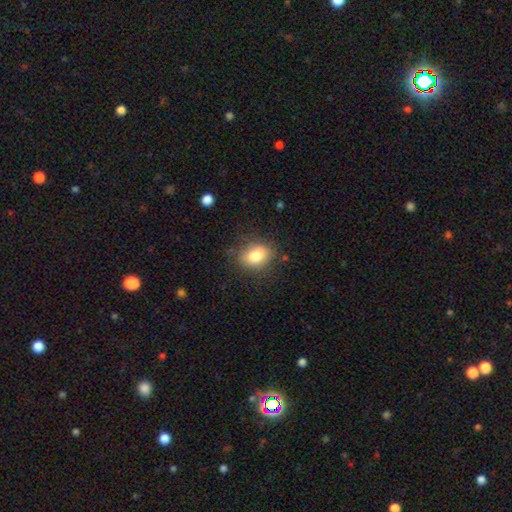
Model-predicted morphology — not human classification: Smooth or featured: smooth — 80% (featured or disk — 11%)
How rounded: in between — 54% (round — 45%)
Merging: none — 81% (minor disturbance — 13%)